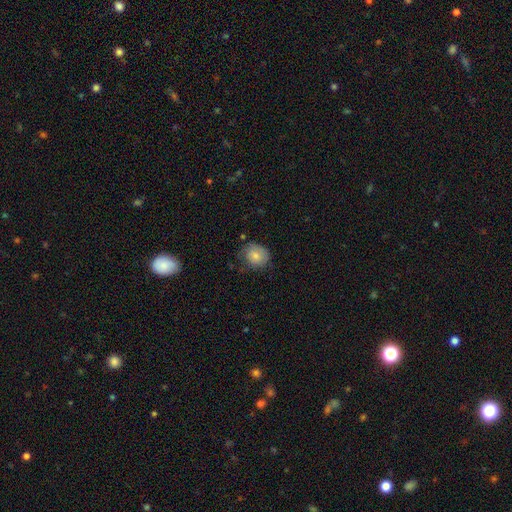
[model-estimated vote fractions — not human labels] Smooth or featured? smooth (77%)
How rounded? round (64%)
Merging? none (62%)